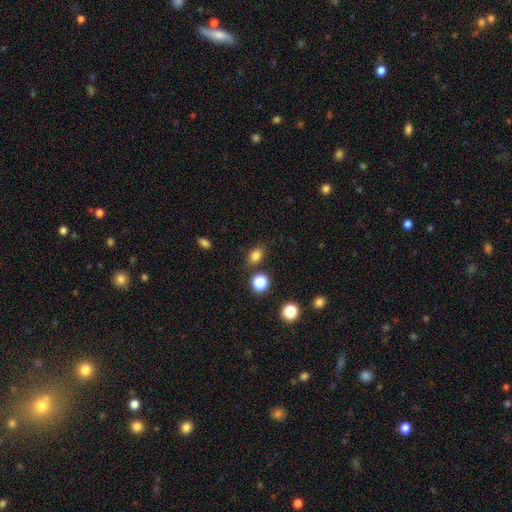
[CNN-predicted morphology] Overall: smooth (82%). How rounded: in between (69%; round 30%). Merging: none (79%).